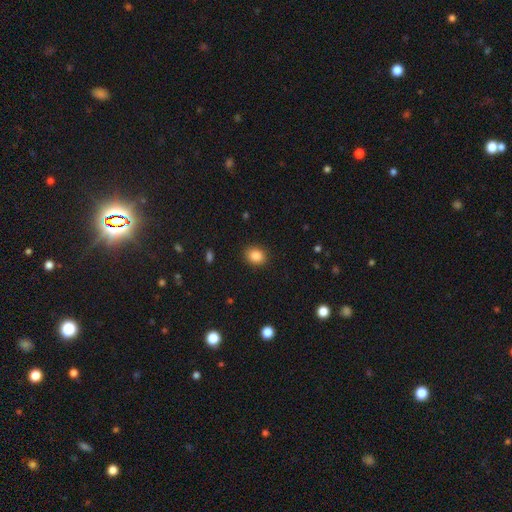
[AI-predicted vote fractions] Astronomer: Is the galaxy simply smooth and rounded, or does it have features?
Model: smooth — 87%.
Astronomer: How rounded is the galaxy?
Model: round — 60% (runner-up: in between, 40%).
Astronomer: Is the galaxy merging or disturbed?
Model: none — 89%.